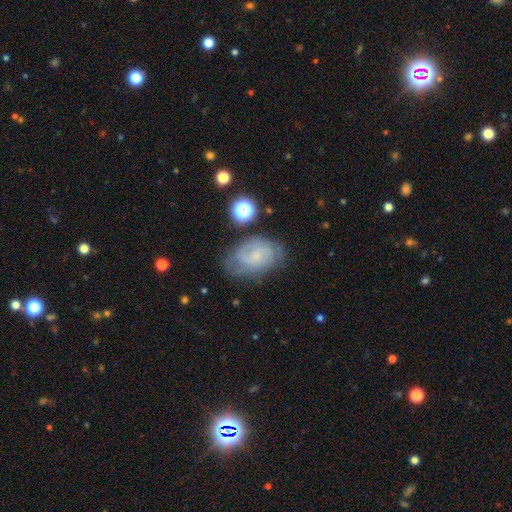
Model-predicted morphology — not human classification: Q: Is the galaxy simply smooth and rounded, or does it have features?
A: featured or disk — 59%.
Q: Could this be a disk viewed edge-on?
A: no — 96%.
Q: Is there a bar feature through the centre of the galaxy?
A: no — 62%.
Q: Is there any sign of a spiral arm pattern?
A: yes — 84%.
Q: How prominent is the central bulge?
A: small — 70%.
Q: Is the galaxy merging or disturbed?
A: none — 62%.